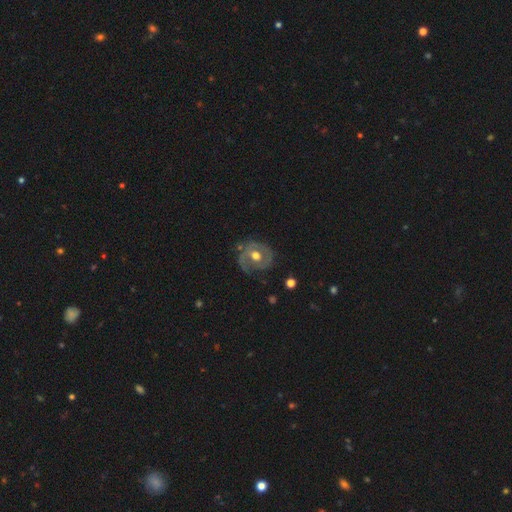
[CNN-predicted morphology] This appears to be a featured or disk galaxy (65%) with no bar (70%), spiral arms (52%) and a moderate central bulge (75%). Merging: none (66%).